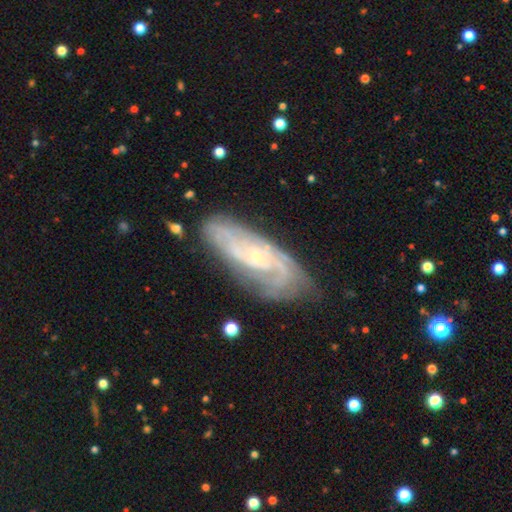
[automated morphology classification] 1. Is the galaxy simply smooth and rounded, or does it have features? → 81% featured or disk, 12% smooth, 7% star or artifact.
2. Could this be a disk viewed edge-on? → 89% no, 11% yes.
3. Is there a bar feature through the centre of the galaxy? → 65% no, 28% weak, 7% strong.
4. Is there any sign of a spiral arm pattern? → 93% yes, 7% no.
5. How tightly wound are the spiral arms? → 61% tight, 31% medium, 8% loose.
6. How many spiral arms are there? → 41% can't tell, 22% 2, 17% 3, 10% 4, 5% more than 4, 5% 1.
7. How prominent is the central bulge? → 78% small, 17% moderate, 3% none, 1% large, 1% dominant.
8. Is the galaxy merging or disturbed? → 71% none, 20% minor disturbance, 7% major disturbance, 2% merger.